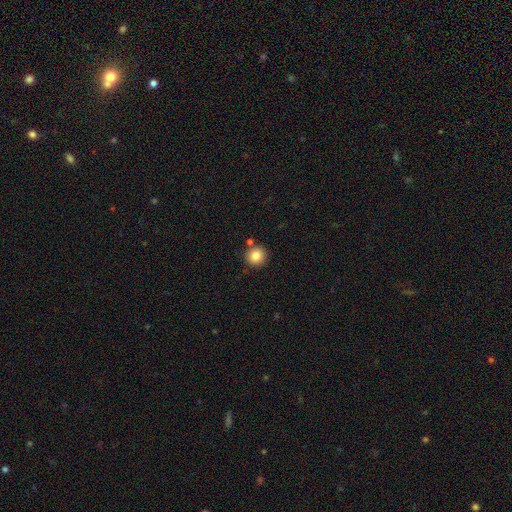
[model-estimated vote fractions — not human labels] Morphology: type=smooth (84%); roundness=round (95%); merging=none (82%).